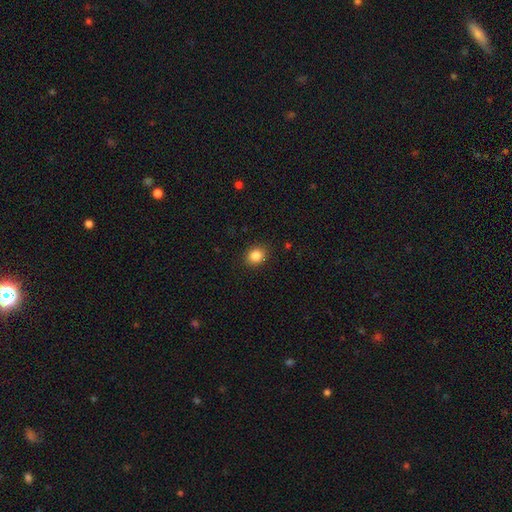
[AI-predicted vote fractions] This is clearly a smooth galaxy (85%). How rounded: possibly round (59%). Merging: clearly none (89%).